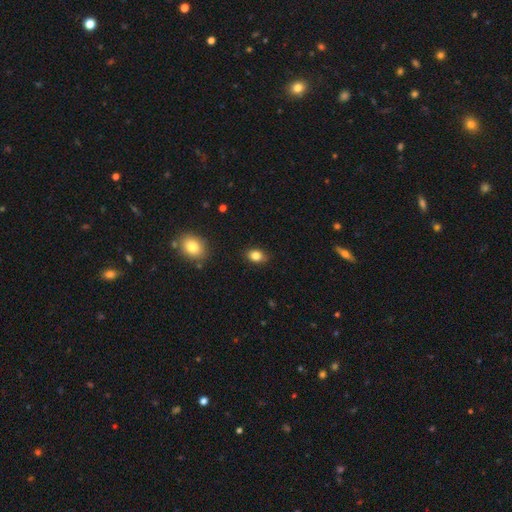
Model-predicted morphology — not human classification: Smooth or featured? Predicted: smooth (p=0.84). How rounded? Predicted: in between (p=0.76). Merging? Predicted: none (p=0.83).